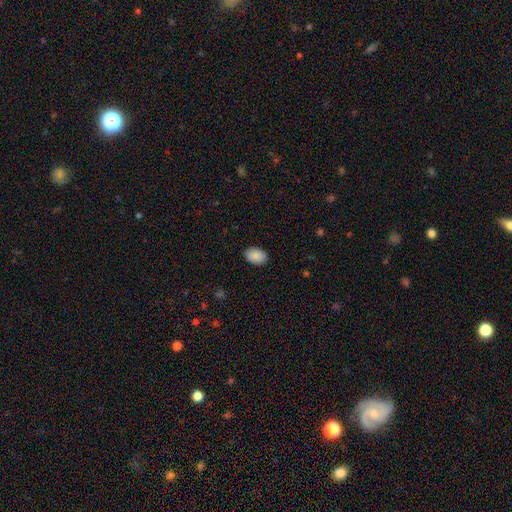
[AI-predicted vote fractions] smooth 90%, star or artifact 7%, featured or disk 3%. Down the decision tree: how rounded — in between (86%); merging — none (89%).